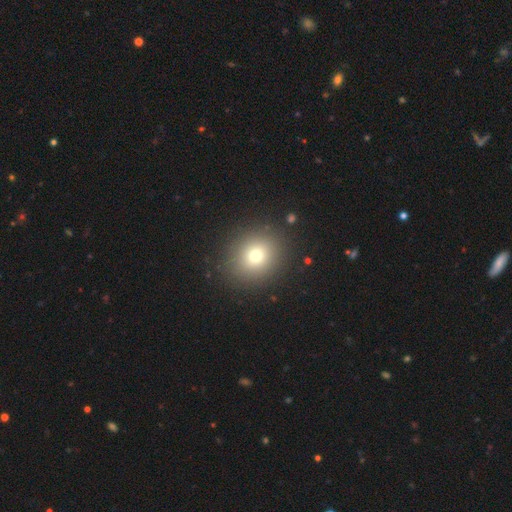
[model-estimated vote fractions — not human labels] smooth-or-featured: smooth: 73% | star or artifact: 15% | featured or disk: 11%
  how-rounded: round: 78% | in between: 21% | cigar-shaped: 1%
  merging: none: 88% | minor disturbance: 7% | major disturbance: 3% | merger: 1%